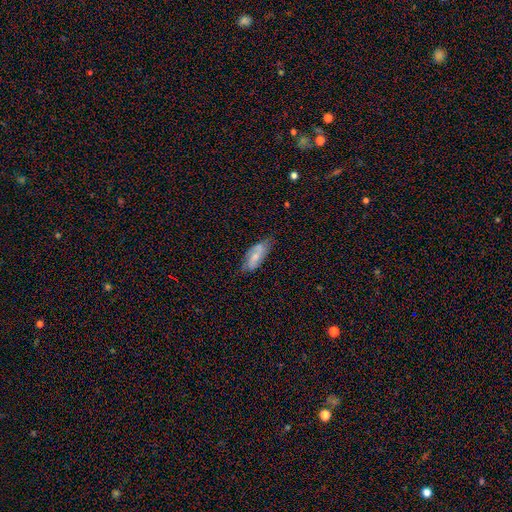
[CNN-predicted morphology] Smooth or featured?
  - smooth: 49% *
  - featured or disk: 44%
  - star or artifact: 7%
Merging?
  - none: 63% *
  - minor disturbance: 28%
  - major disturbance: 7%
  - merger: 2%